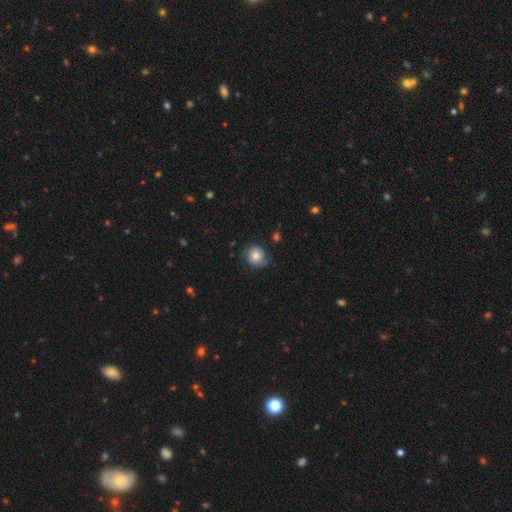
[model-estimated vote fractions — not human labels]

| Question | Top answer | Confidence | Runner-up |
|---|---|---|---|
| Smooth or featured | smooth | 74% | featured or disk (18%) |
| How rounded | round | 82% | in between (17%) |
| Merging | none | 70% | minor disturbance (22%) |